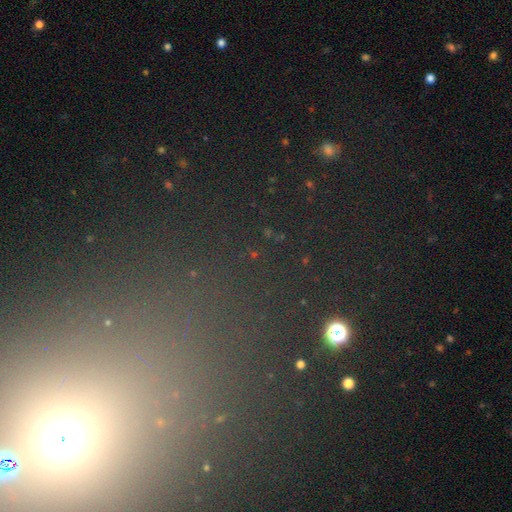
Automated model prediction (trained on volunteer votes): Morphology: type=star or artifact (66%).